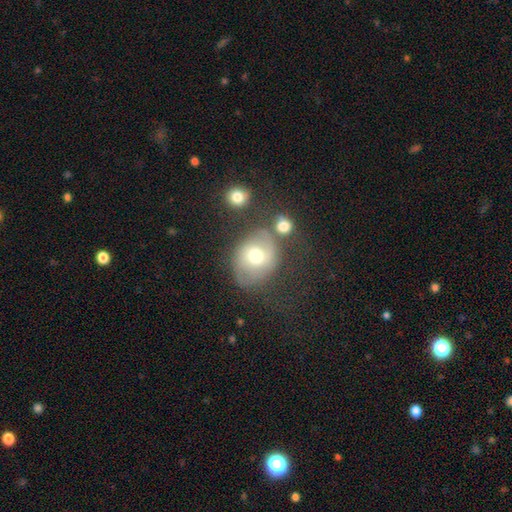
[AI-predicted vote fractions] A smooth galaxy with no disk features (47%).

Vote fractions:
- Smooth or featured? smooth: 47% / featured or disk: 43% / star or artifact: 11%
- Merging? none: 57% / minor disturbance: 20% / major disturbance: 12% / merger: 11%